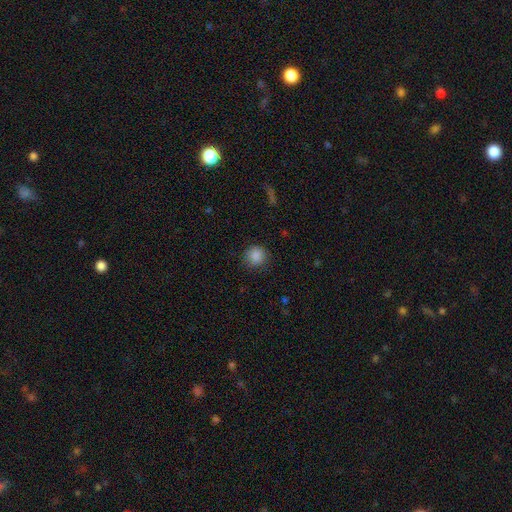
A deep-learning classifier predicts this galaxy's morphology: This appears to be a smooth galaxy with no disk features (87%) that is round (92%). Merging: none (86%).